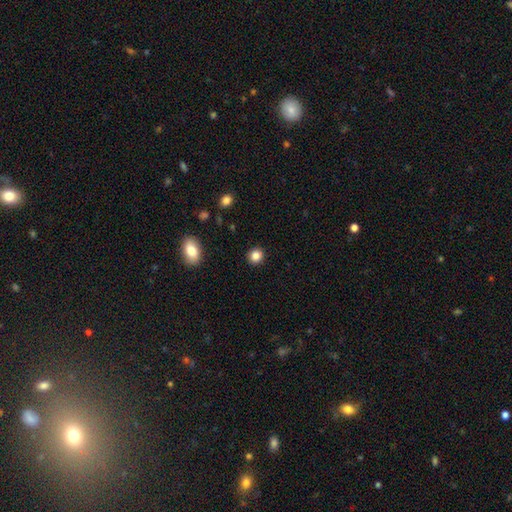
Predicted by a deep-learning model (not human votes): Q: Smooth or featured?
A: smooth (85%); runner-up: star or artifact (10%)
Q: How rounded?
A: round (86%); runner-up: in between (13%)
Q: Merging?
A: none (91%); runner-up: minor disturbance (6%)